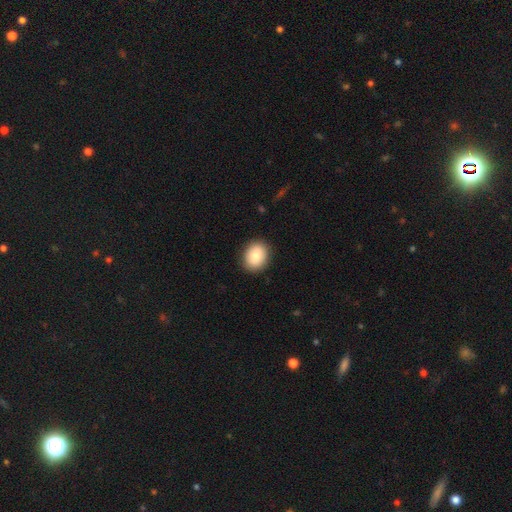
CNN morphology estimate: smooth 84%, featured or disk 8%, star or artifact 7%. Down the decision tree: how rounded — in between (50%); merging — none (89%).